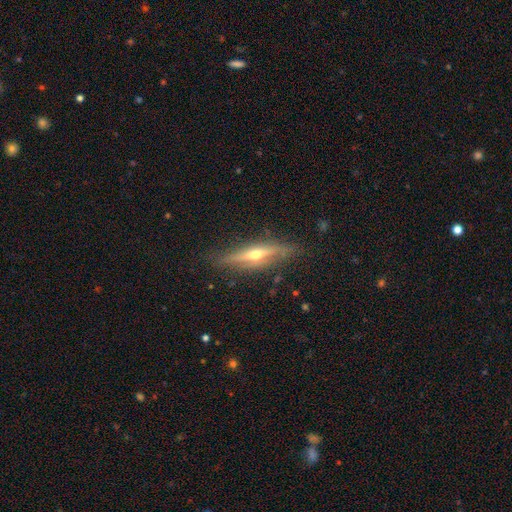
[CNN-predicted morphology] This is likely a featured or disk galaxy (72%). It is clearly viewed edge-on (94%). Edge-on bulge: clearly rounded (91%). Merging: clearly none (84%).